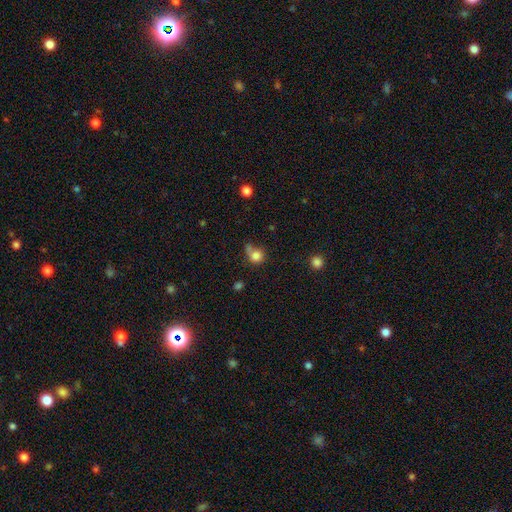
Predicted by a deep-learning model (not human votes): This appears to be a smooth galaxy with no disk features (80%) that is round (81%). Merging: none (46%).